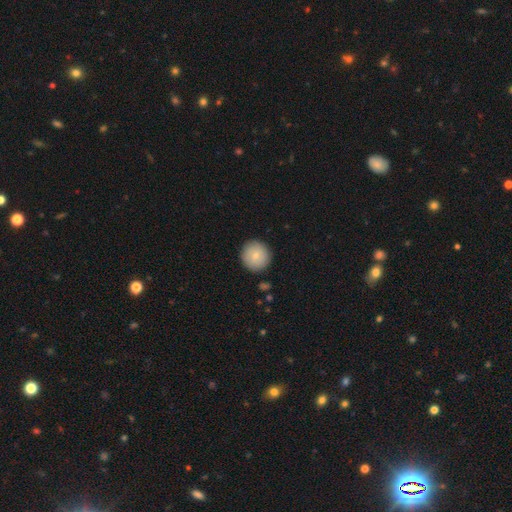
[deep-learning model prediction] Morphology: type=smooth (80%); roundness=round (94%); merging=none (89%).